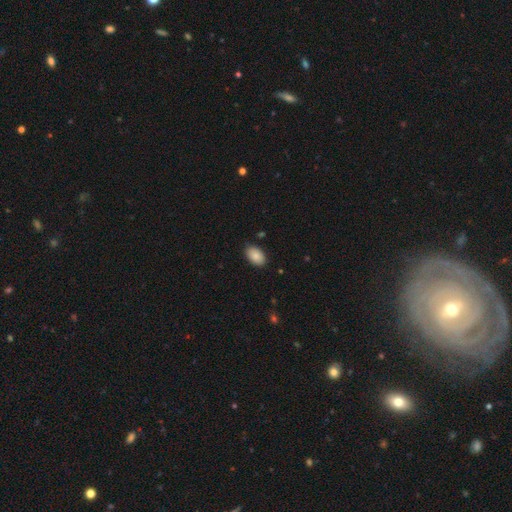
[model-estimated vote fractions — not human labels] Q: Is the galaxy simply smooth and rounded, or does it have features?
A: smooth — 88%.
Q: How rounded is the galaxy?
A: in between — 92%.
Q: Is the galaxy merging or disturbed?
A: none — 87%.